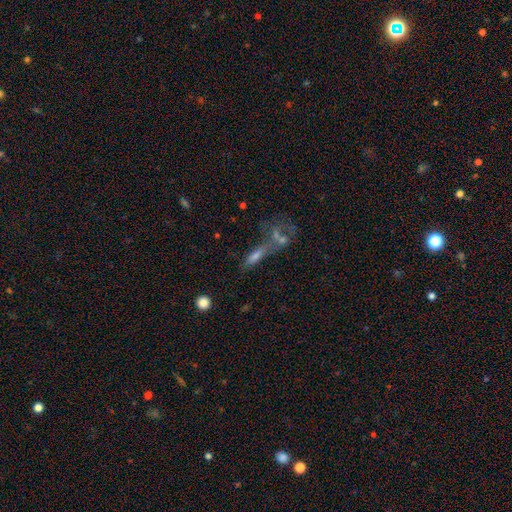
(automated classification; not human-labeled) The model was most divided on "merging": merger: 38%, none: 36%, major disturbance: 14%, minor disturbance: 12%. Remaining: smooth or featured — smooth (44%).